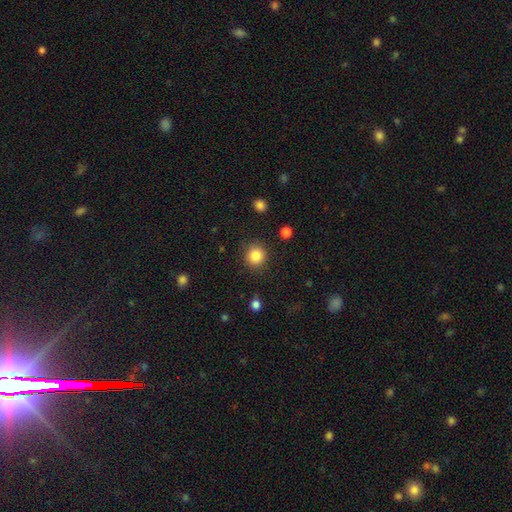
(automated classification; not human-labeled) smooth 85%, star or artifact 10%, featured or disk 5%. Down the decision tree: how rounded — round (90%); merging — none (87%).